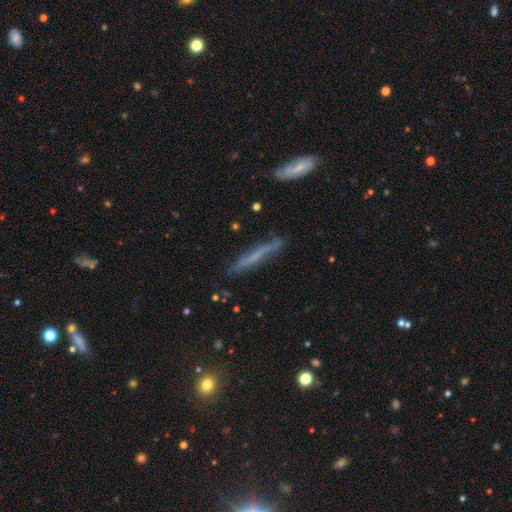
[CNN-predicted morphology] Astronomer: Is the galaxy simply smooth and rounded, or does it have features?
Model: featured or disk — 49% (runner-up: smooth, 41%).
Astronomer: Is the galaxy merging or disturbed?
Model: none — 78%.